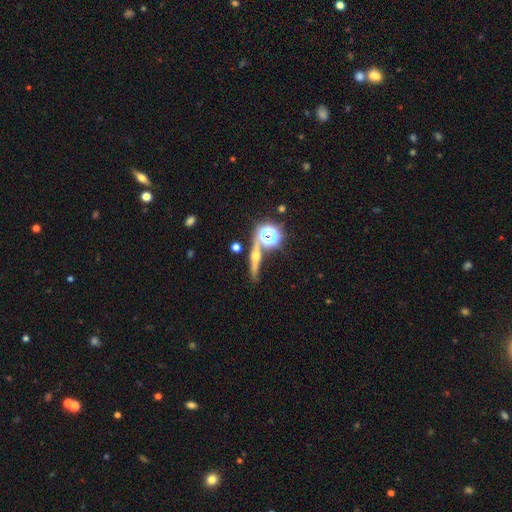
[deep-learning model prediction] The model was most divided on "smooth or featured": featured or disk: 49%, smooth: 30%, star or artifact: 21%. More confident: merging — none (73%).